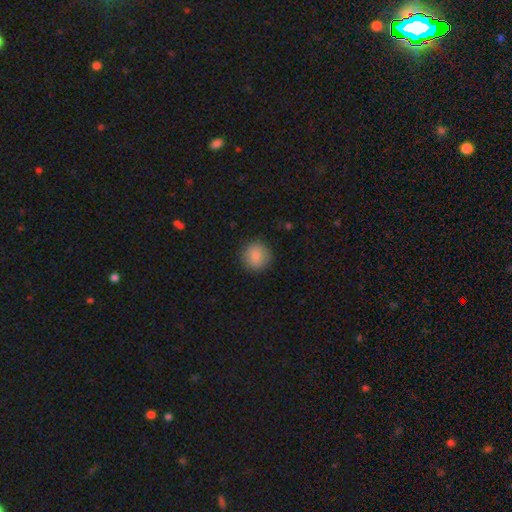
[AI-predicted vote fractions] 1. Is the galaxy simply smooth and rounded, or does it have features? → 85% smooth, 8% star or artifact, 6% featured or disk.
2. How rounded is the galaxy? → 93% round, 6% in between, 1% cigar-shaped.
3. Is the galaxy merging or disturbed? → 89% none, 8% minor disturbance, 2% major disturbance, 1% merger.